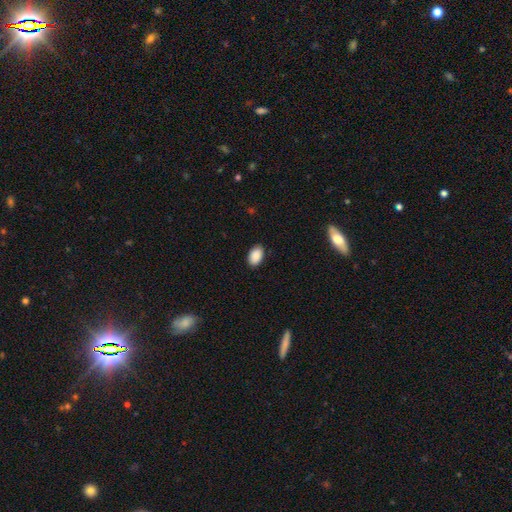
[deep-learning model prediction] Smooth or featured? smooth (90%)
How rounded? in between (91%)
Merging? none (87%)